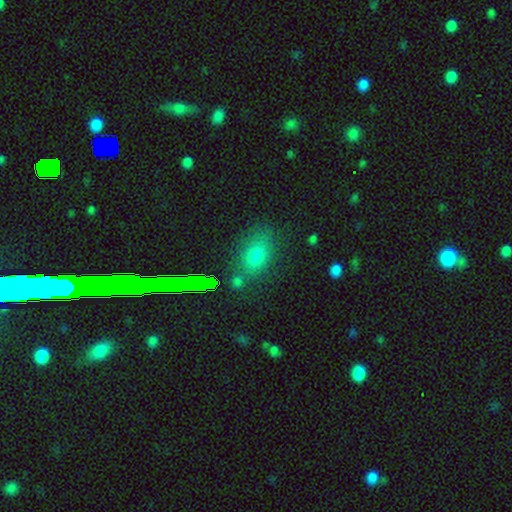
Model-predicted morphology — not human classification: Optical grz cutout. It shows a smooth galaxy with no disk features (70%) that is in between round and cigar-shaped (77%). Merging: none (71%).